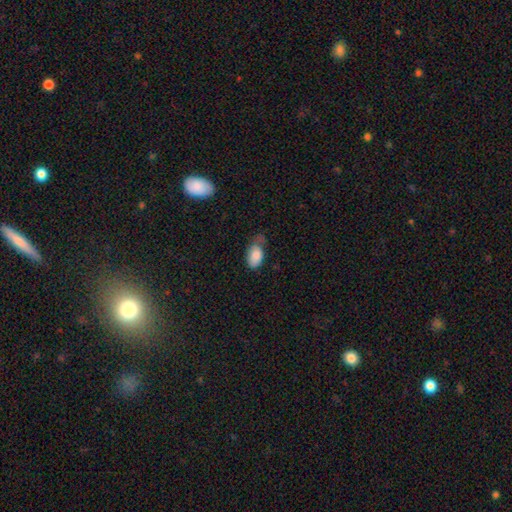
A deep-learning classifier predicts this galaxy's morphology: type=smooth (84%); roundness=in between (93%); merging=minor disturbance (40%).